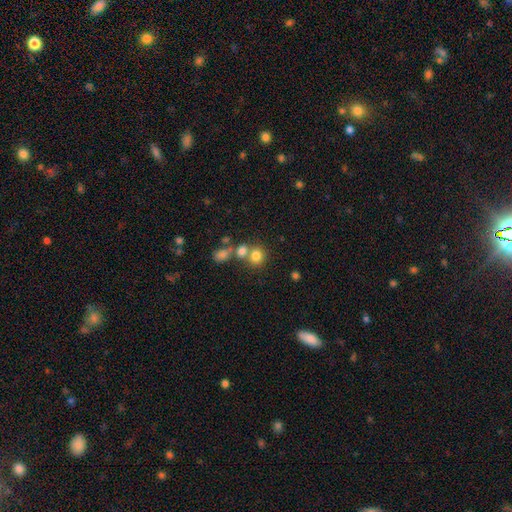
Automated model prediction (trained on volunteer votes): smooth_or_featured: smooth (p=0.76) [alt: star or artifact p=0.13]
how_rounded: round (p=0.79) [alt: in between p=0.20]
merging: none (p=0.51) [alt: merger p=0.36]